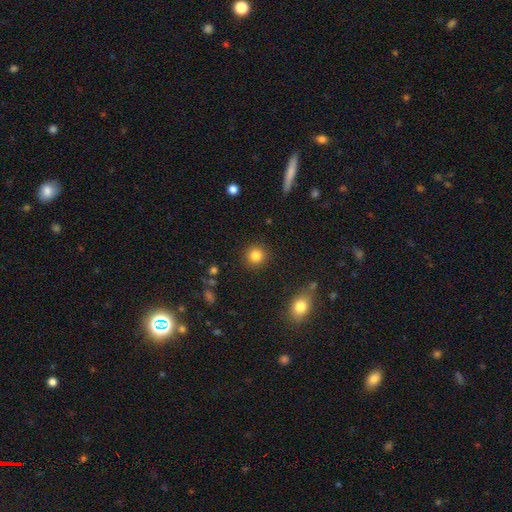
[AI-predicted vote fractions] Q: Smooth or featured?
A: smooth (84%); runner-up: star or artifact (11%)
Q: How rounded?
A: round (92%); runner-up: in between (7%)
Q: Merging?
A: none (91%); runner-up: minor disturbance (6%)